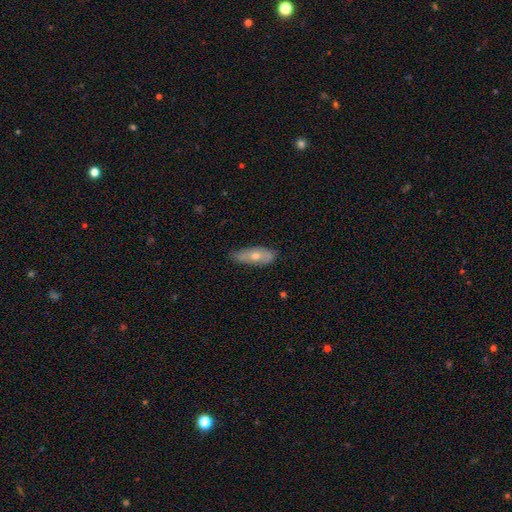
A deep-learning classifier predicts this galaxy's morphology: Q: Smooth or featured?
A: smooth (49%); runner-up: featured or disk (44%)
Q: Merging?
A: none (77%); runner-up: minor disturbance (19%)